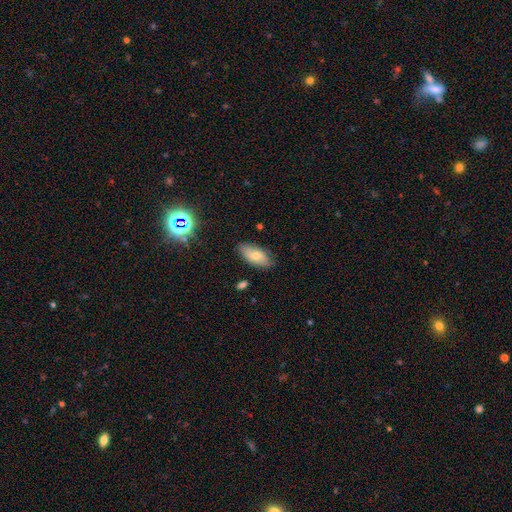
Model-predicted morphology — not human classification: A smooth galaxy with no disk features (67%) that is in between round and cigar-shaped (91%). Merging: none (79%).